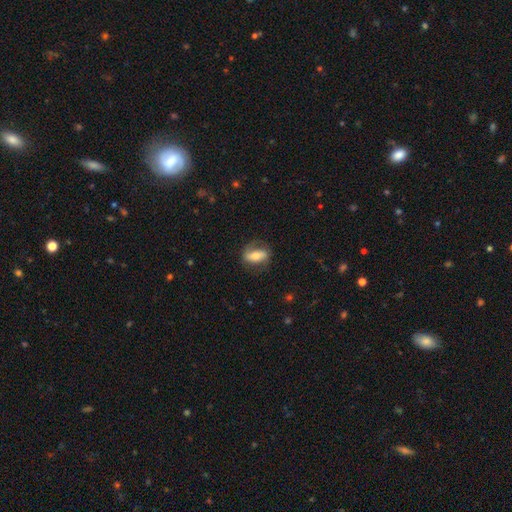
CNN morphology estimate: Q: Smooth or featured?
A: smooth (48%); runner-up: featured or disk (45%)
Q: Merging?
A: none (70%); runner-up: minor disturbance (19%)